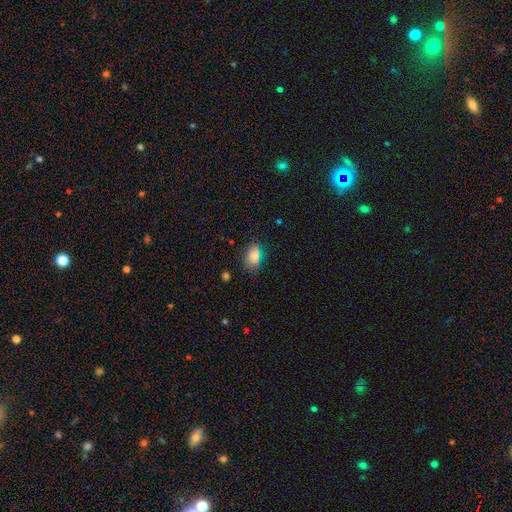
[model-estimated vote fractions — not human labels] Smooth or featured? Predicted: smooth (p=0.78). How rounded? Predicted: in between (p=0.83). Merging? Predicted: none (p=0.75).